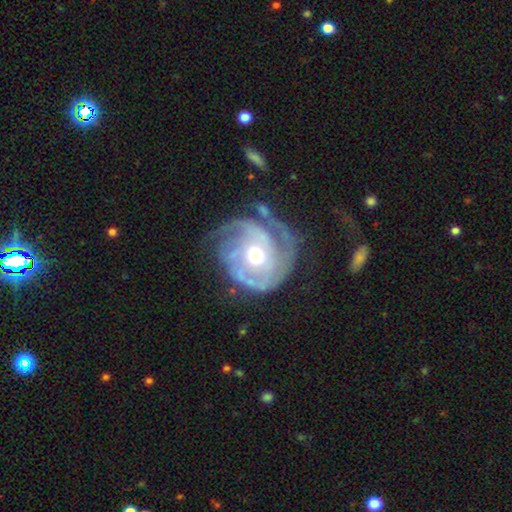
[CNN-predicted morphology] Q: Smooth or featured?
A: featured or disk (88%); runner-up: smooth (7%)
Q: Edge-on disk?
A: no (98%); runner-up: yes (2%)
Q: Bar?
A: no (74%); runner-up: weak (20%)
Q: Spiral arms?
A: yes (95%); runner-up: no (5%)
Q: Spiral winding?
A: tight (65%); runner-up: medium (27%)
Q: Spiral arm count?
A: 3 (29%); runner-up: 2 (26%)
Q: Bulge size?
A: moderate (62%); runner-up: small (33%)
Q: Merging?
A: none (57%); runner-up: minor disturbance (22%)